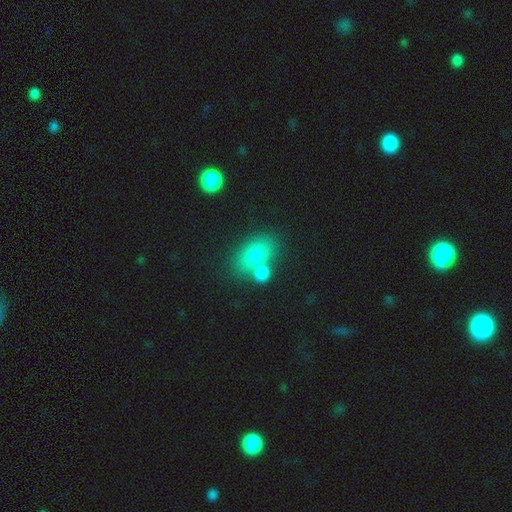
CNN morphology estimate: smooth 77%, featured or disk 14%, star or artifact 10%. Down the decision tree: how rounded — in between (79%); merging — none (47%).